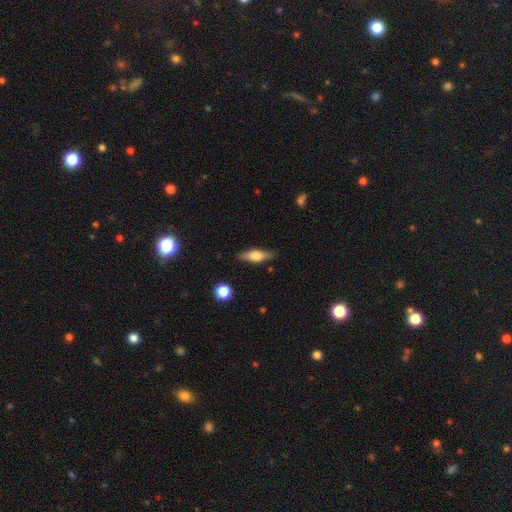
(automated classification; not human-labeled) A smooth galaxy with no disk features (48%).

Vote fractions:
- Smooth or featured? smooth: 48% / featured or disk: 45% / star or artifact: 7%
- Merging? none: 85% / minor disturbance: 11% / major disturbance: 3% / merger: 2%